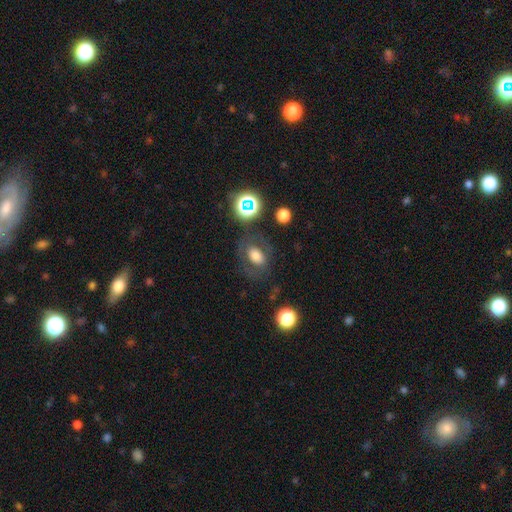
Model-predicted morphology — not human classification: The model was most divided on "smooth or featured": smooth: 61%, featured or disk: 24%, star or artifact: 15%. More confident: merging — none (70%); how rounded — in between (69%).